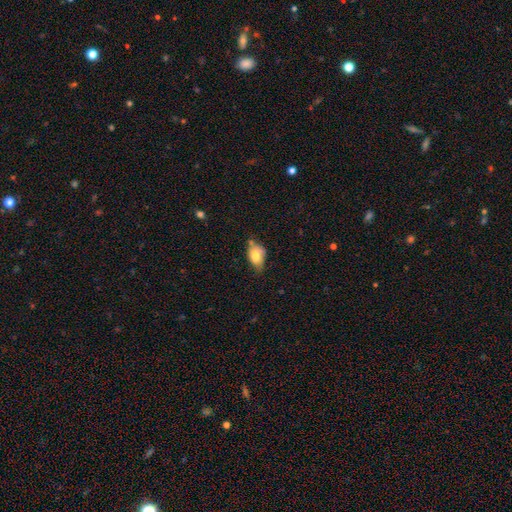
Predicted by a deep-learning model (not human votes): Smooth or featured?
  - smooth: 73% *
  - featured or disk: 19%
  - star or artifact: 8%
How rounded?
  - in between: 82% *
  - round: 16%
  - cigar-shaped: 2%
Merging?
  - minor disturbance: 40% * (tied)
  - none: 40% * (tied)
  - major disturbance: 11%
  - merger: 10%